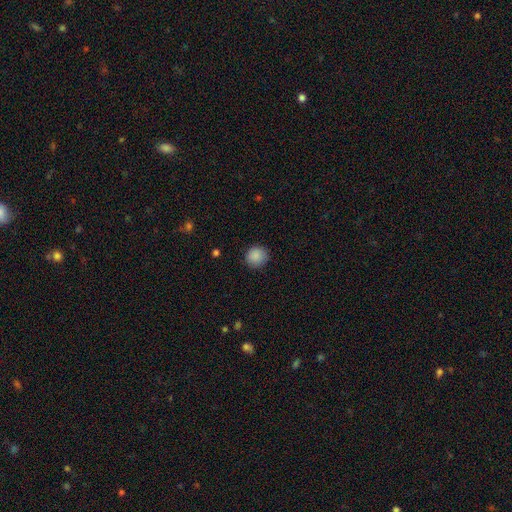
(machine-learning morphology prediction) smooth_or_featured: smooth (p=0.88) [alt: star or artifact p=0.09]
how_rounded: round (p=0.89) [alt: in between p=0.10]
merging: none (p=0.87) [alt: minor disturbance p=0.10]